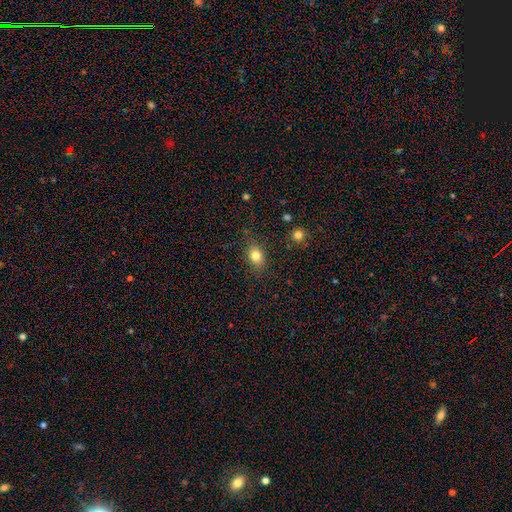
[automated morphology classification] Overall: smooth (80%). How rounded: in between (64%; round 34%). Merging: none (79%).